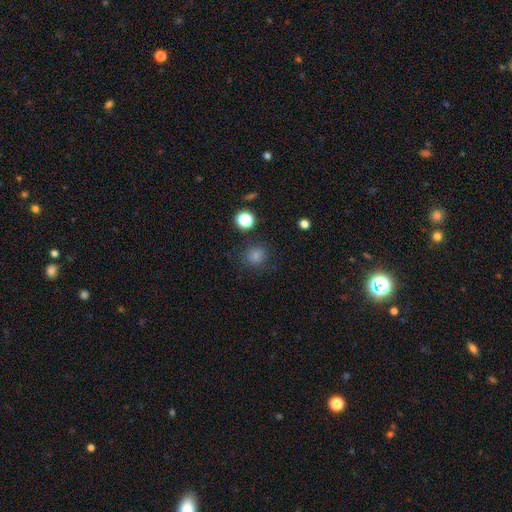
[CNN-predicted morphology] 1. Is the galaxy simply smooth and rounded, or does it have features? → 80% smooth, 16% star or artifact, 5% featured or disk.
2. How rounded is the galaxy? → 84% round, 15% in between, 1% cigar-shaped.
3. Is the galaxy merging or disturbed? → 82% none, 11% minor disturbance, 4% major disturbance, 3% merger.